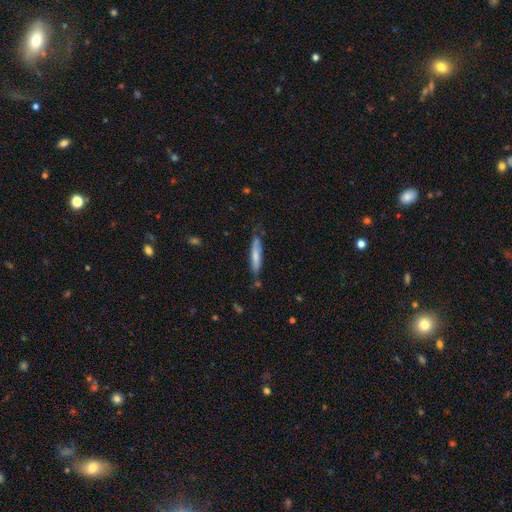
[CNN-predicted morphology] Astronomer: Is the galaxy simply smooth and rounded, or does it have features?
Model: smooth — 68%.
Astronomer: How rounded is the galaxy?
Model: cigar-shaped — 86%.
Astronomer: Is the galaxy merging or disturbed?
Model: none — 68%.